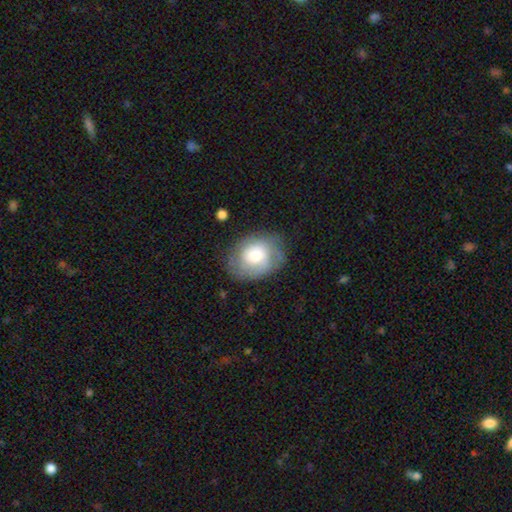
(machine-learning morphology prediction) Smooth or featured? smooth (52%)
How rounded? in between (58%)
Merging? none (70%)